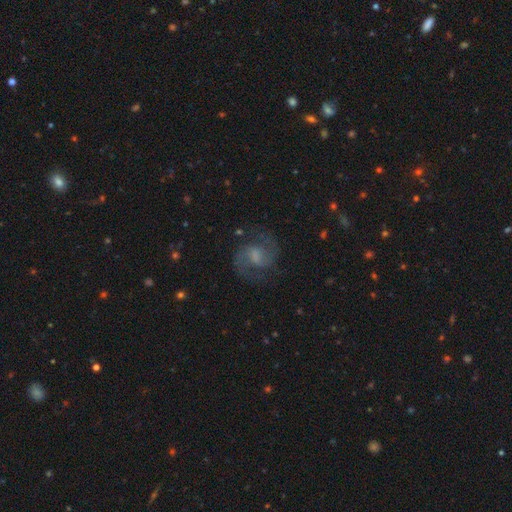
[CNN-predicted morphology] Overall: featured or disk (85%). Edge-on disk: no (98%). Bar: weak (57%; no 28%). Spiral arms: yes (97%). Spiral arm count: 2 (93%). Spiral winding: medium (64%). Bulge size: moderate (31%, tied with none). Merging: none (80%).